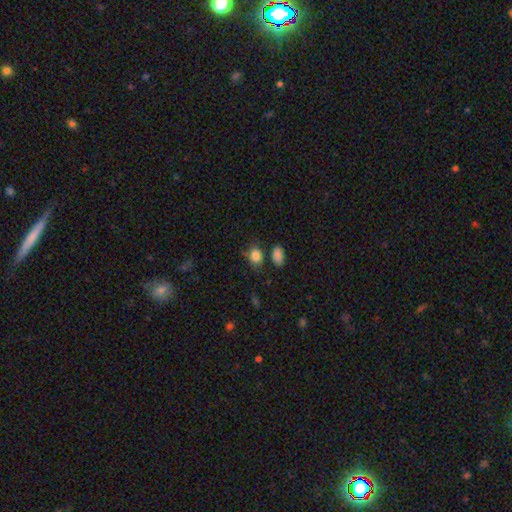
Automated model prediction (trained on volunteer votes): Smooth or featured: smooth — 85% (star or artifact — 10%)
How rounded: in between — 60% (round — 38%)
Merging: none — 70% (minor disturbance — 18%)